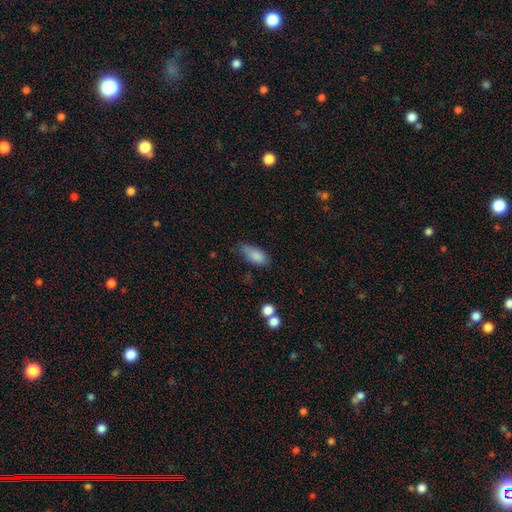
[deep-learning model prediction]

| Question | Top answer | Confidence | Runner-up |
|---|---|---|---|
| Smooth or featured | smooth | 85% | star or artifact (8%) |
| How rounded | in between | 86% | cigar-shaped (11%) |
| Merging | none | 54% | minor disturbance (35%) |